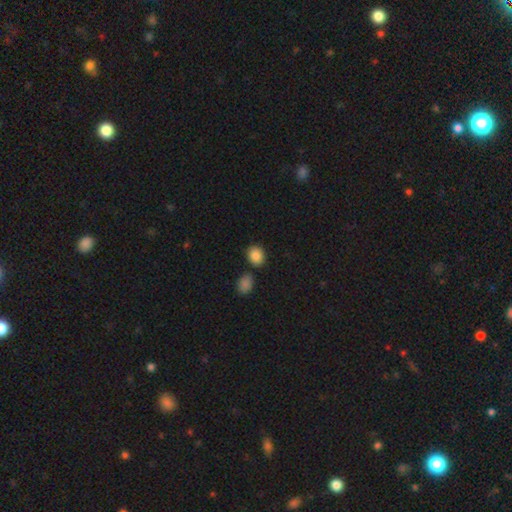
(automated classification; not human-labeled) smooth_or_featured: smooth (p=0.87) [alt: star or artifact p=0.09]
how_rounded: round (p=0.55) [alt: in between p=0.44]
merging: none (p=0.77) [alt: minor disturbance p=0.11]